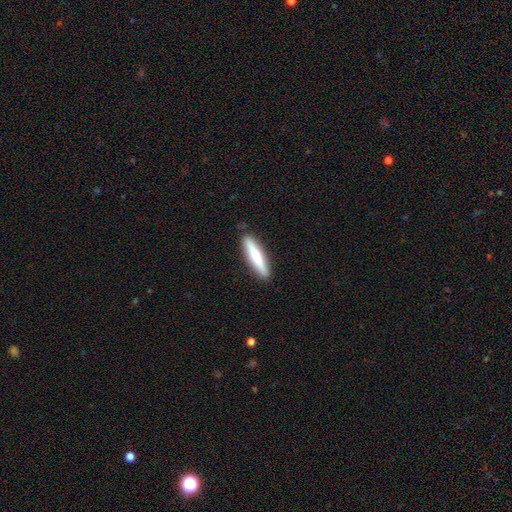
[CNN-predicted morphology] Smooth or featured?
  - smooth: 58% *
  - featured or disk: 37%
  - star or artifact: 5%
How rounded?
  - cigar-shaped: 85% *
  - in between: 13%
  - round: 1%
Merging?
  - none: 89% *
  - minor disturbance: 8%
  - major disturbance: 2%
  - merger: 1%